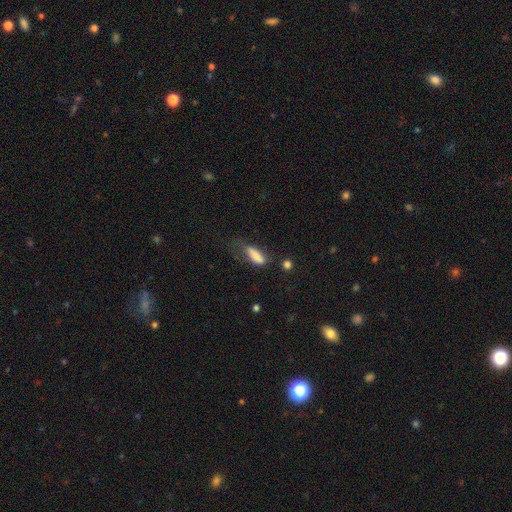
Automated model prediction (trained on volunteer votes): Smooth or featured: smooth — 81% (featured or disk — 11%)
How rounded: in between — 67% (cigar-shaped — 30%)
Merging: major disturbance — 33% (tied with minor disturbance — 33%)